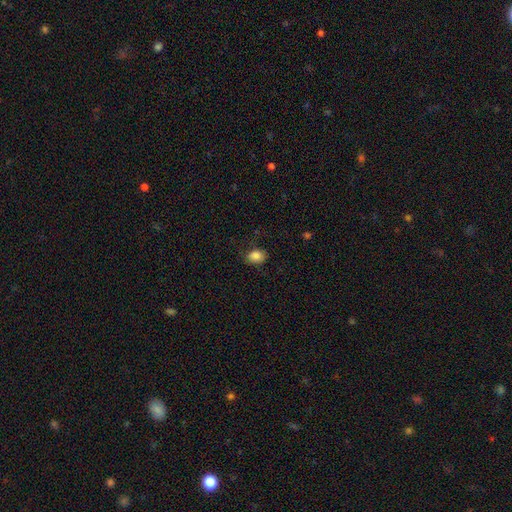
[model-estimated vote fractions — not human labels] Smooth or featured? smooth (85%)
How rounded? in between (68%)
Merging? none (74%)